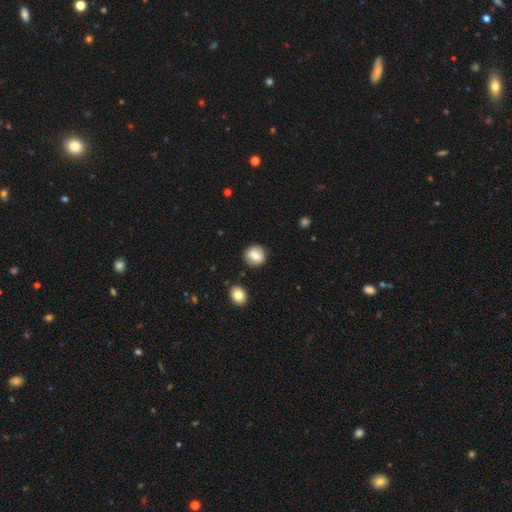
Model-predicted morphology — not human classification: Overall: smooth (73%). How rounded: round (87%). Merging: none (86%).